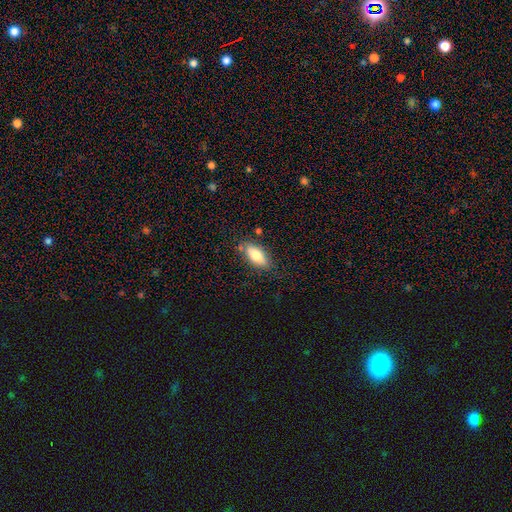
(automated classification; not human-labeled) Q: Smooth or featured?
A: smooth (75%); runner-up: featured or disk (19%)
Q: How rounded?
A: in between (83%); runner-up: cigar-shaped (14%)
Q: Merging?
A: none (78%); runner-up: minor disturbance (15%)